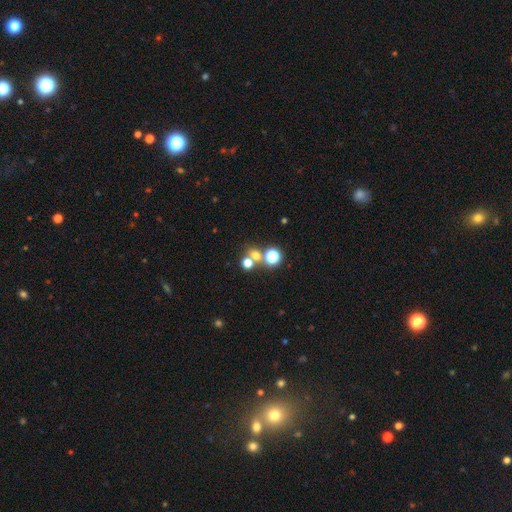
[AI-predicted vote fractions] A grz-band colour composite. It shows a smooth galaxy with no disk features (59%) that is round (81%). Merging: none (55%).